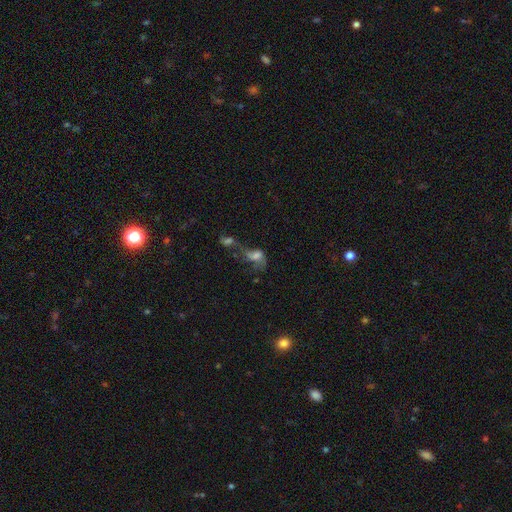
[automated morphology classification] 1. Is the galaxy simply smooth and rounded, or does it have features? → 46% smooth, 37% featured or disk, 16% star or artifact.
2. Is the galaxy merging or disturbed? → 54% merger, 25% major disturbance, 13% none, 8% minor disturbance.